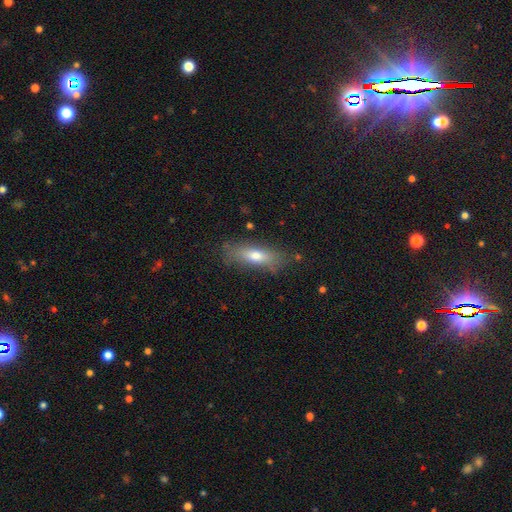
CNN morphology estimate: smooth-or-featured: smooth: 65% | featured or disk: 27% | star or artifact: 8%
  how-rounded: cigar-shaped: 50% | in between: 48% | round: 3%
  merging: none: 78% | minor disturbance: 16% | major disturbance: 4% | merger: 2%